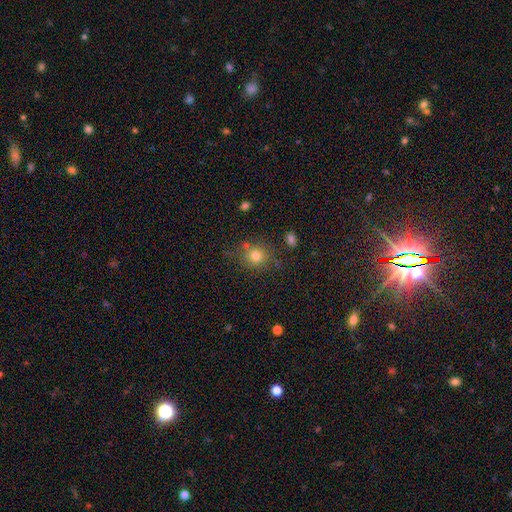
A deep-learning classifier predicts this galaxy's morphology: type=smooth (78%); roundness=round (86%); merging=none (76%).